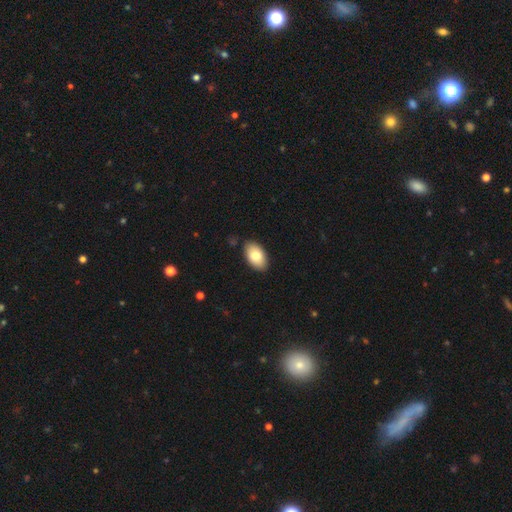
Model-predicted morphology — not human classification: The model was most divided on "smooth or featured": smooth: 80%, featured or disk: 14%, star or artifact: 6%. More confident: how rounded — in between (94%); merging — none (86%).